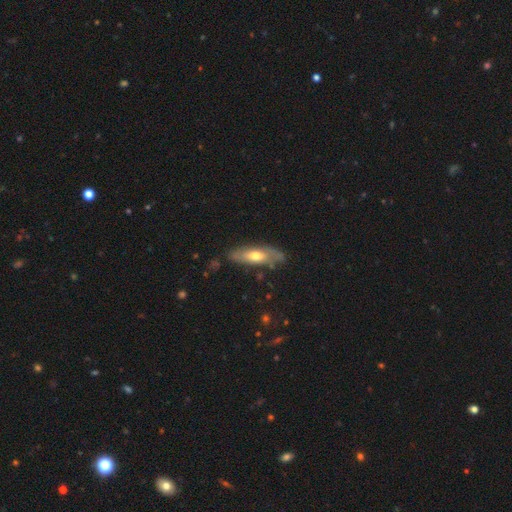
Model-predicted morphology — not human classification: Smooth or featured? Predicted: smooth (p=0.50). How rounded? Predicted: in between (p=0.56). Merging? Predicted: none (p=0.73).